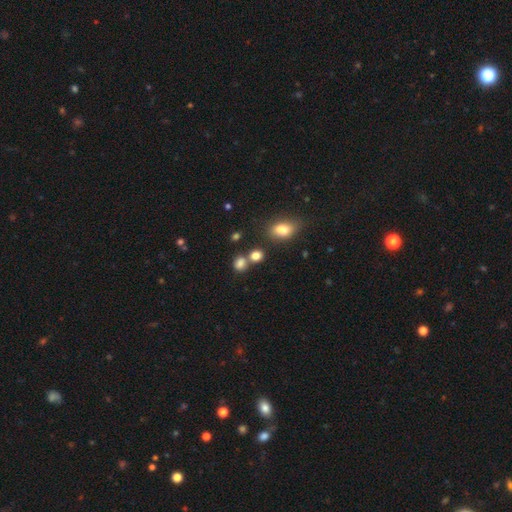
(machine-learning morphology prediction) smooth 80%, star or artifact 14%, featured or disk 6%. Down the decision tree: how rounded — round (69%); merging — none (58%).